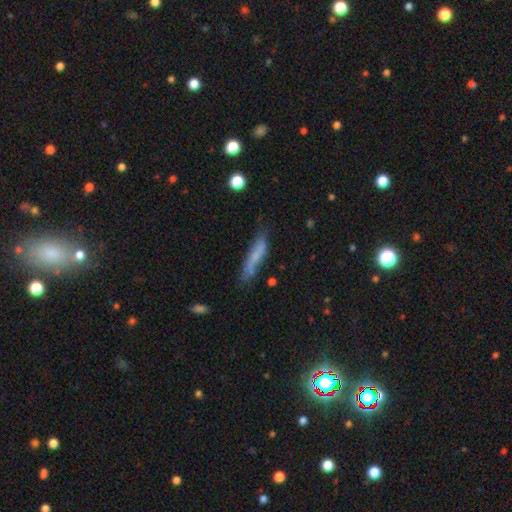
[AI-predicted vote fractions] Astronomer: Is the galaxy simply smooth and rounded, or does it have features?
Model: smooth — 61%.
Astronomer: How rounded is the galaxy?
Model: cigar-shaped — 85%.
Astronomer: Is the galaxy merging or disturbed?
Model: none — 62%.